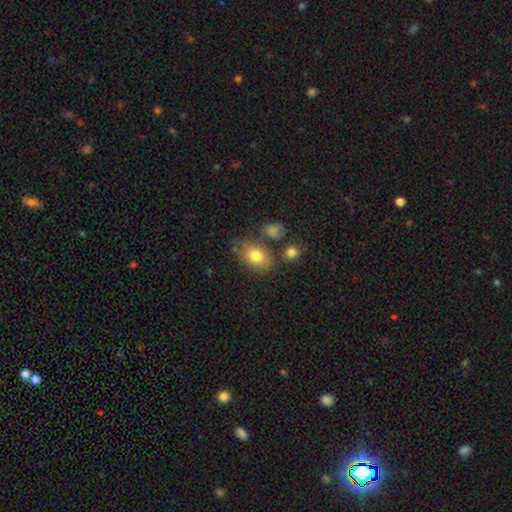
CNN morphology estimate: This appears to be a smooth galaxy with no disk features (78%) that is in between round and cigar-shaped (74%). Merging: none (66%).